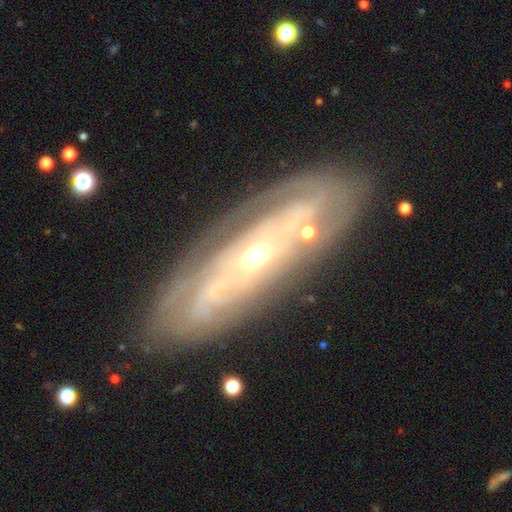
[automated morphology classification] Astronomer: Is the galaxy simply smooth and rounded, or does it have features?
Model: featured or disk — 82%.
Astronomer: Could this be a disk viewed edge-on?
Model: no — 80%.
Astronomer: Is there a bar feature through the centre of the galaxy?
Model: no — 78%.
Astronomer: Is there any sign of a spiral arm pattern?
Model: yes — 80%.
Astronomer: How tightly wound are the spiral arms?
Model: tight — 76%.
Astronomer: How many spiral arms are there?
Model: can't tell — 57%.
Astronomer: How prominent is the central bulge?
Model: small — 60%.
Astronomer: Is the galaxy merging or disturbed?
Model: none — 79%.